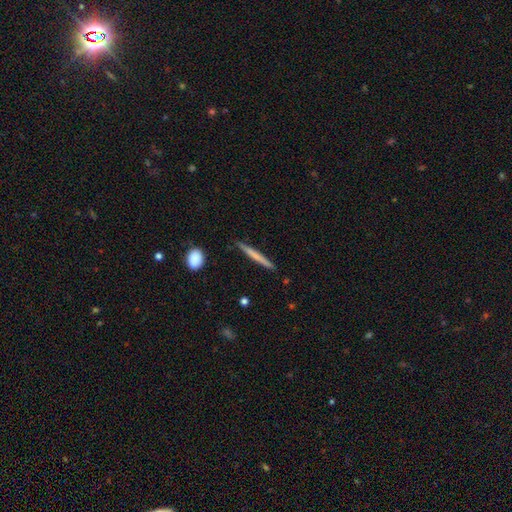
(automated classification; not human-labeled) A smooth galaxy with no disk features (57%) that is cigar-shaped (96%). Merging: none (89%).